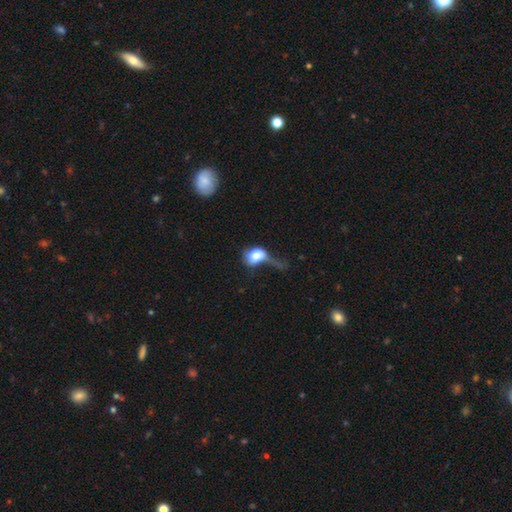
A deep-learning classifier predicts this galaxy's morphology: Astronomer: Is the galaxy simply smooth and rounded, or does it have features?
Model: smooth — 72%.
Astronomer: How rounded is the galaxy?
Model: in between — 56% (runner-up: round, 42%).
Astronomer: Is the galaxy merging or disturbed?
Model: major disturbance — 55%.